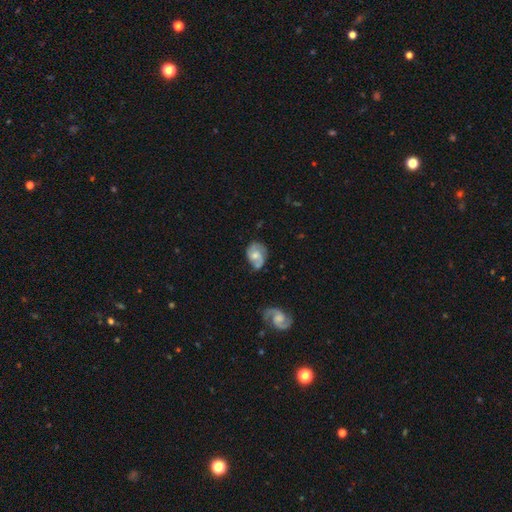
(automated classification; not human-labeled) The model was most divided on "spiral winding": medium: 46%, tight: 30%, loose: 24%. More confident: edge-on disk — no (97%); spiral arms — yes (86%); spiral arm count — 2 (71%); smooth or featured — featured or disk (63%); bar — no (63%); bulge size — moderate (56%); merging — none (52%).